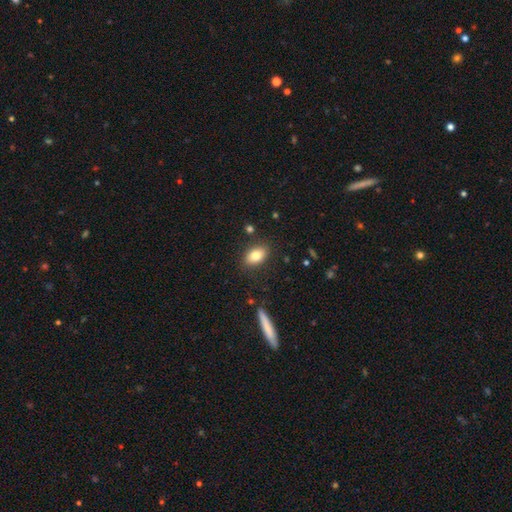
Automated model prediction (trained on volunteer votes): A smooth galaxy with no disk features (80%) that is in between round and cigar-shaped (86%). Merging: none (85%).